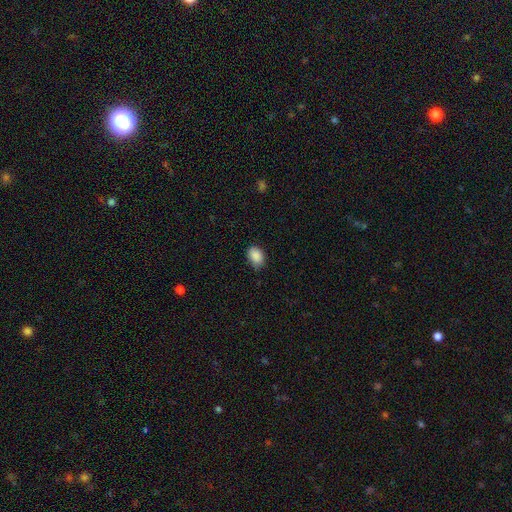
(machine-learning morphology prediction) type=smooth (89%); roundness=in between (79%); merging=none (73%).